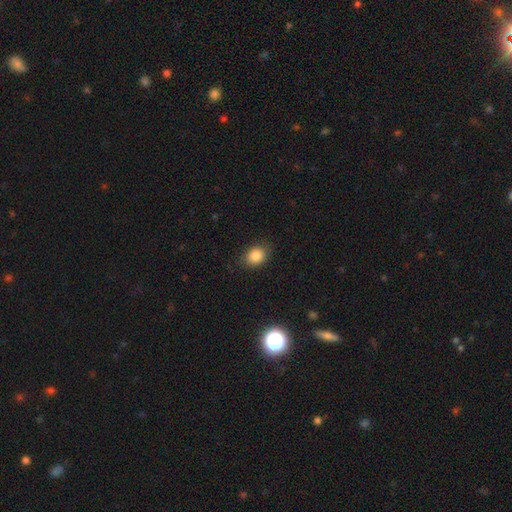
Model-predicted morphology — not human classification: The model was most divided on "how rounded": in between: 61%, round: 37%, cigar-shaped: 1%. More confident: smooth or featured — smooth (85%); merging — none (80%).